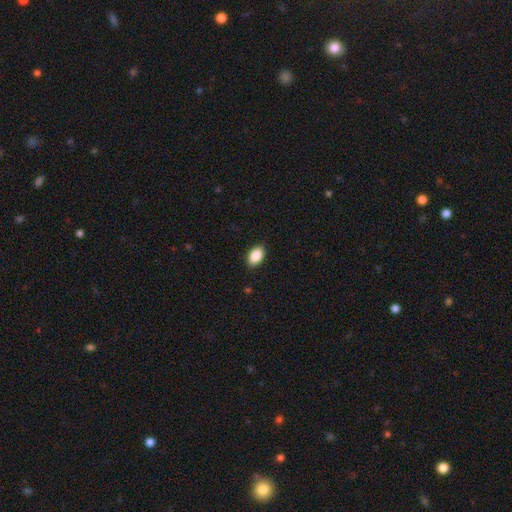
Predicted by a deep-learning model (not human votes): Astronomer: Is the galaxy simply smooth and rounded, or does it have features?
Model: smooth — 88%.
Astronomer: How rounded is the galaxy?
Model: in between — 91%.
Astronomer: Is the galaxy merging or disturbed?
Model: none — 87%.